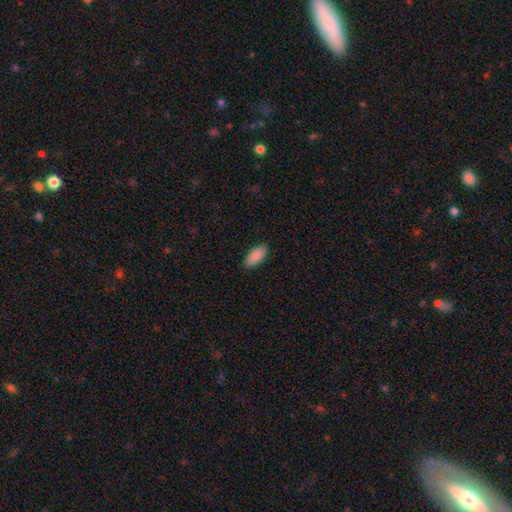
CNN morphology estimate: Smooth or featured? Predicted: smooth (p=0.88). How rounded? Predicted: in between (p=0.88). Merging? Predicted: none (p=0.88).